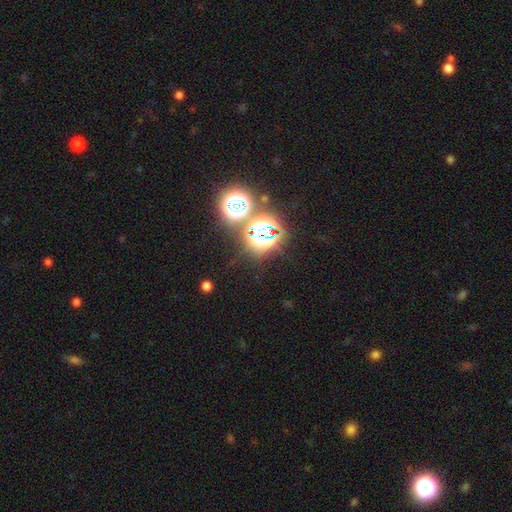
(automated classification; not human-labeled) star or artifact 76%, smooth 16%, featured or disk 8%.